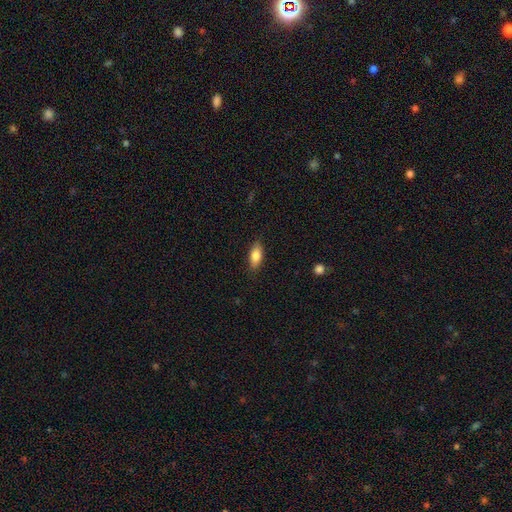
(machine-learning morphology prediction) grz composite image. It shows a smooth galaxy with no disk features (81%) that is in between round and cigar-shaped (82%). Merging: none (86%).